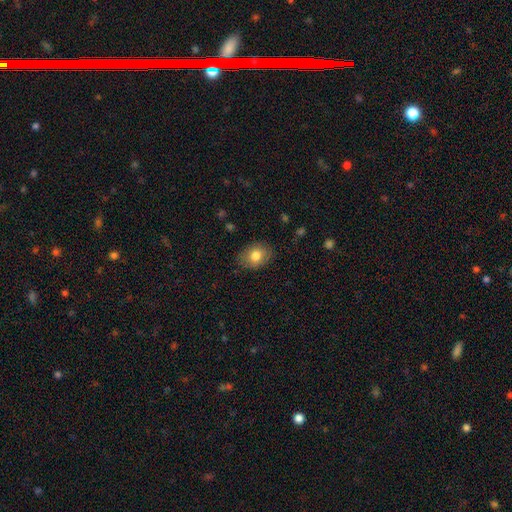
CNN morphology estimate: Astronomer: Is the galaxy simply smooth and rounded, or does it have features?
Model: smooth — 79%.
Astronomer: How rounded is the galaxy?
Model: in between — 67%.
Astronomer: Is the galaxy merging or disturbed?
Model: none — 84%.